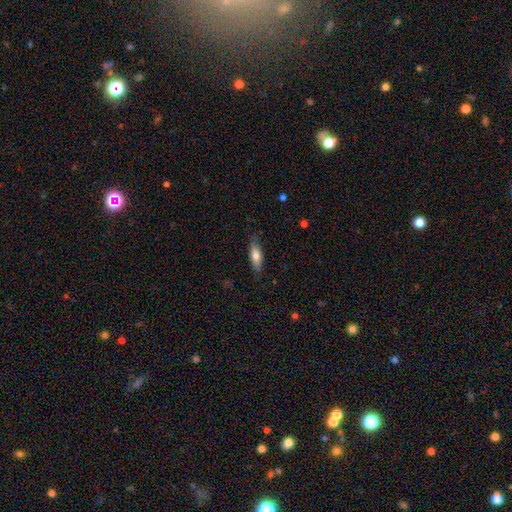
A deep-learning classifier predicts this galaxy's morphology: smooth-or-featured: smooth: 70% | featured or disk: 23% | star or artifact: 6%
  how-rounded: in between: 60% | cigar-shaped: 37% | round: 2%
  merging: none: 81% | minor disturbance: 15% | major disturbance: 3% | merger: 1%